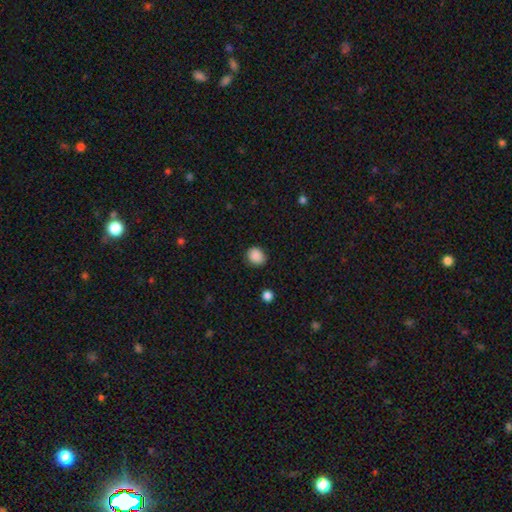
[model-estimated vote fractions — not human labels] Morphology: type=smooth (88%); roundness=round (64%); merging=none (84%).